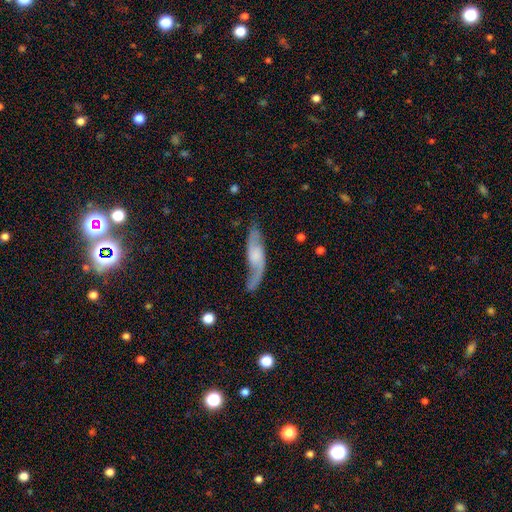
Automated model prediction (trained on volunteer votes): Q: Smooth or featured?
A: featured or disk (75%); runner-up: smooth (19%)
Q: Edge-on disk?
A: no (79%); runner-up: yes (21%)
Q: Bar?
A: no (56%); runner-up: weak (35%)
Q: Spiral arms?
A: yes (93%); runner-up: no (7%)
Q: Spiral winding?
A: loose (66%); runner-up: medium (26%)
Q: Spiral arm count?
A: 2 (84%); runner-up: 1 (8%)
Q: Bulge size?
A: small (31%); runner-up: none (30%)
Q: Merging?
A: none (65%); runner-up: minor disturbance (22%)